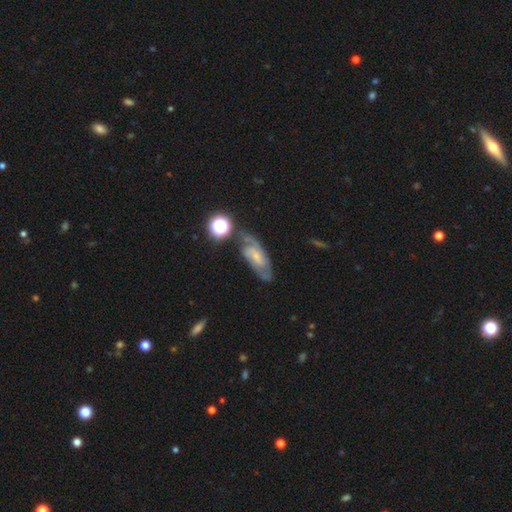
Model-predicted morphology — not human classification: featured or disk 67%, smooth 23%, star or artifact 10%. Down the decision tree: edge-on disk — no (91%); bar — no (56%); spiral arms — yes (90%); spiral arm count — 2 (59%); spiral winding — medium (45%); bulge size — small (66%); merging — none (59%).